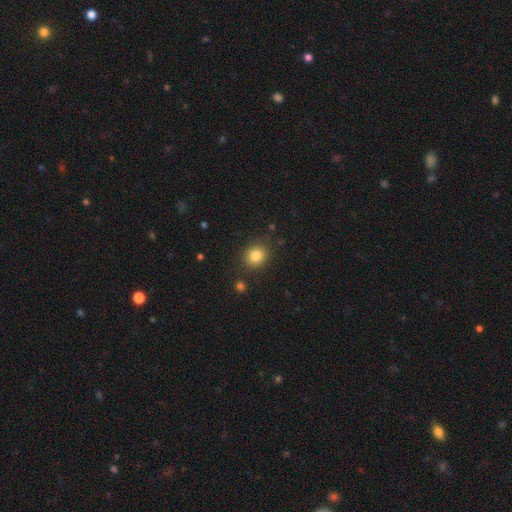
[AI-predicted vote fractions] smooth_or_featured: smooth (p=0.83) [alt: star or artifact p=0.11]
how_rounded: round (p=0.73) [alt: in between p=0.27]
merging: none (p=0.85) [alt: minor disturbance p=0.09]